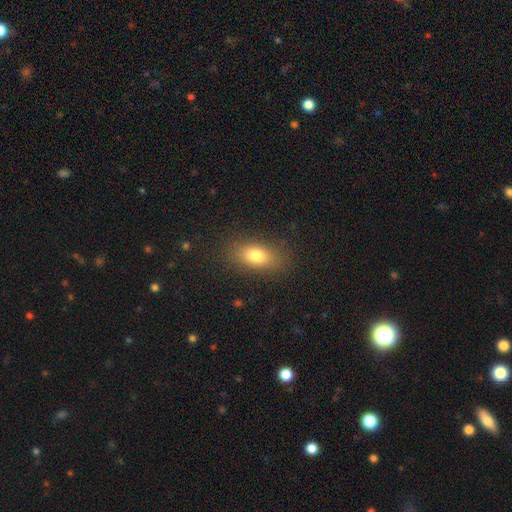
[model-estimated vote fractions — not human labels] This appears to be a smooth galaxy with no disk features (78%) that is in between round and cigar-shaped (83%). Merging: none (85%).